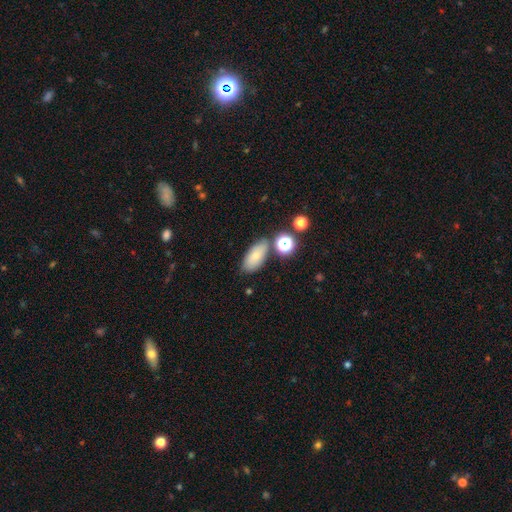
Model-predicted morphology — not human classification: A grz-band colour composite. It shows a smooth galaxy with no disk features (75%) that is in between round and cigar-shaped (86%). Merging: none (72%).